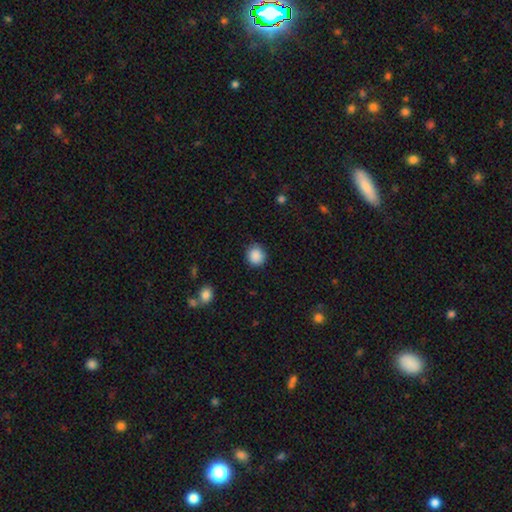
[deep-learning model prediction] smooth-or-featured: smooth: 89% | star or artifact: 9% | featured or disk: 3%
  how-rounded: round: 88% | in between: 11% | cigar-shaped: 1%
  merging: none: 87% | minor disturbance: 9% | major disturbance: 3% | merger: 1%